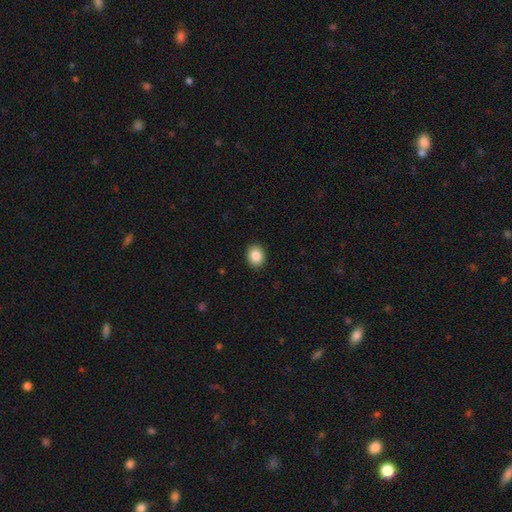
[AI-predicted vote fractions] A smooth galaxy with no disk features (88%) that is round (51%).

Vote fractions:
- Smooth or featured? smooth: 88% / star or artifact: 8% / featured or disk: 4%
- How rounded? round: 51% / in between: 49% / cigar-shaped: 1%
- Merging? none: 91% / minor disturbance: 6% / major disturbance: 2% / merger: 1%